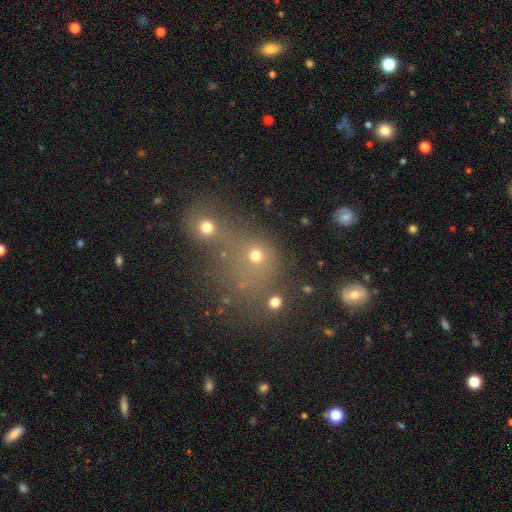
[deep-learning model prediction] Smooth or featured: smooth — 67% (star or artifact — 23%)
How rounded: round — 79% (in between — 19%)
Merging: merger — 49% (none — 38%)